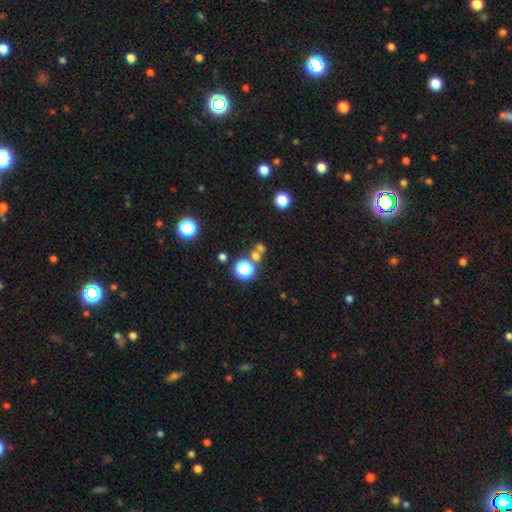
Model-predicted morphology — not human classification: The model was most divided on "merging": none: 51%, merger: 37%, minor disturbance: 7%, major disturbance: 5%. More confident: how rounded — round (81%); smooth or featured — smooth (53%).